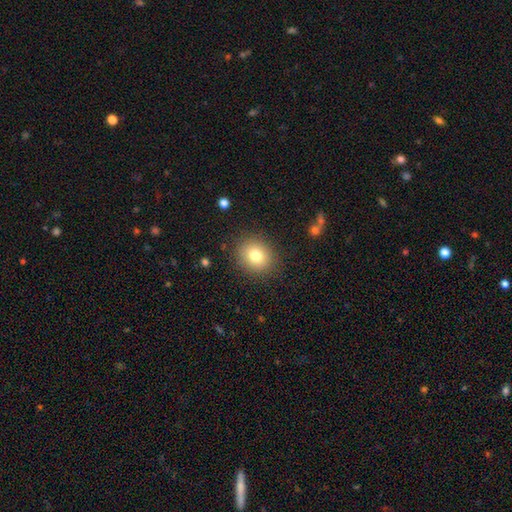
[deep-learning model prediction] smooth-or-featured: smooth: 78% | star or artifact: 12% | featured or disk: 10%
  how-rounded: round: 77% | in between: 22% | cigar-shaped: 1%
  merging: none: 88% | minor disturbance: 8% | major disturbance: 3% | merger: 1%